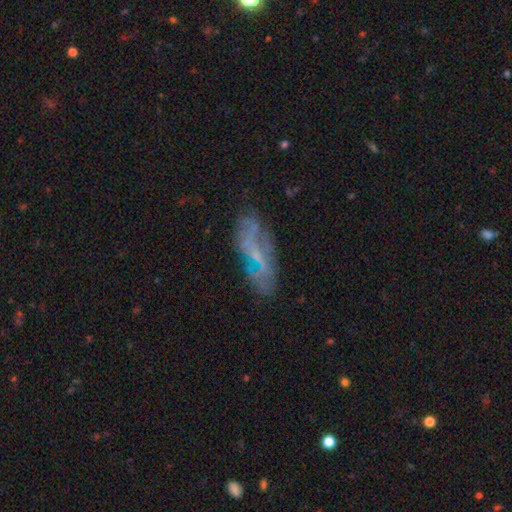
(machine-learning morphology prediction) Smooth or featured? Predicted: featured or disk (p=0.64). Edge-on disk? Predicted: no (p=0.79). Bar? Predicted: weak (p=0.41, tied with no). Spiral arms? Predicted: yes (p=0.58). Bulge size? Predicted: small (p=0.56). Merging? Predicted: none (p=0.68).